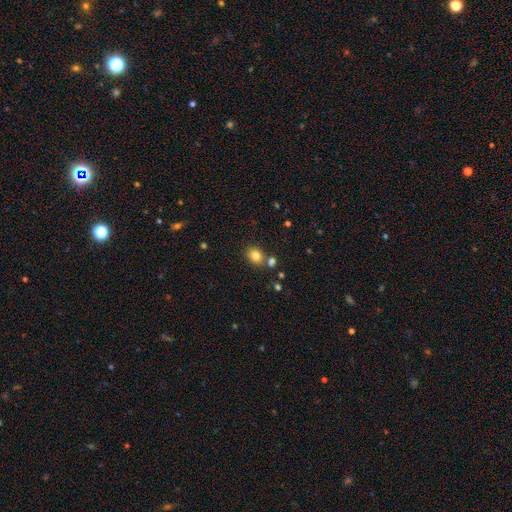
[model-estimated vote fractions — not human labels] Q: Smooth or featured?
A: smooth (82%); runner-up: star or artifact (11%)
Q: How rounded?
A: round (53%); runner-up: in between (46%)
Q: Merging?
A: none (70%); runner-up: merger (16%)